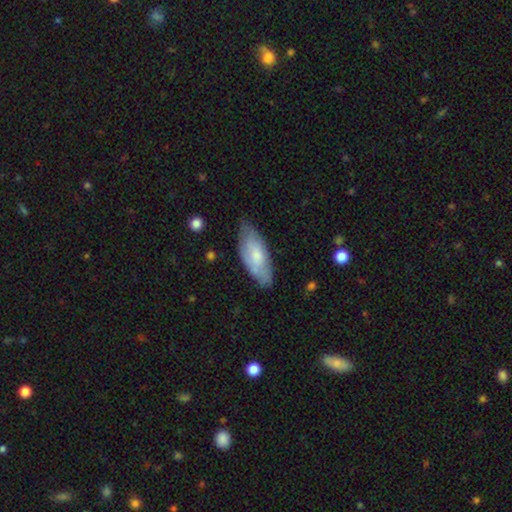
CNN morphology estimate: smooth 61%, featured or disk 32%, star or artifact 6%. Down the decision tree: how rounded — in between (78%); merging — none (69%).